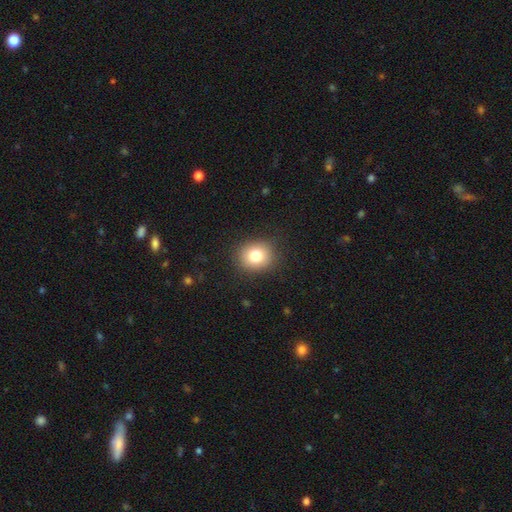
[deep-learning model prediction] smooth-or-featured: smooth: 80% | star or artifact: 11% | featured or disk: 9%
  how-rounded: round: 73% | in between: 26% | cigar-shaped: 1%
  merging: none: 88% | minor disturbance: 9% | major disturbance: 3% | merger: 1%